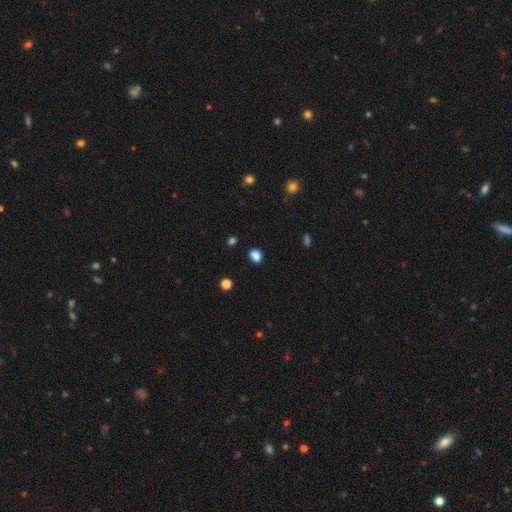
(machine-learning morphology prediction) Overall: smooth (84%). How rounded: in between (50%; round 49%). Merging: none (86%).